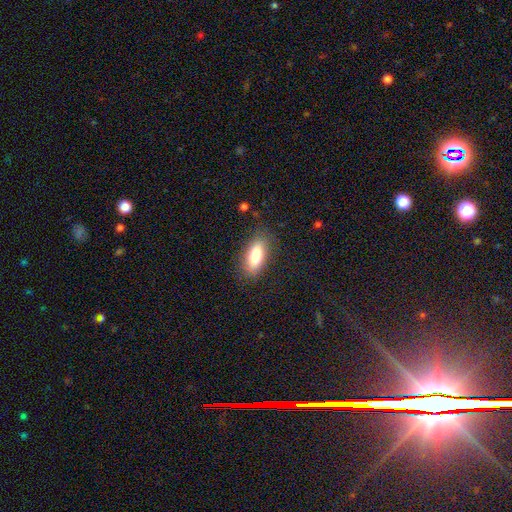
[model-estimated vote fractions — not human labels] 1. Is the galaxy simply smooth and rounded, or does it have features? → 82% smooth, 10% featured or disk, 7% star or artifact.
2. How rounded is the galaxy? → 76% in between, 21% cigar-shaped, 2% round.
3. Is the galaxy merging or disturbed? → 81% none, 13% minor disturbance, 4% major disturbance, 1% merger.